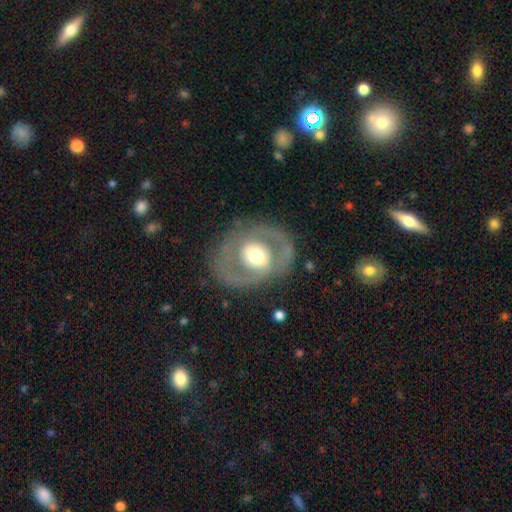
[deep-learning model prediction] Overall: featured or disk (65%; smooth 29%). Edge-on disk: no (95%). Bar: no (64%). Spiral arms: no (61%; yes 39%). Bulge size: moderate (55%; large 34%). Merging: none (76%).